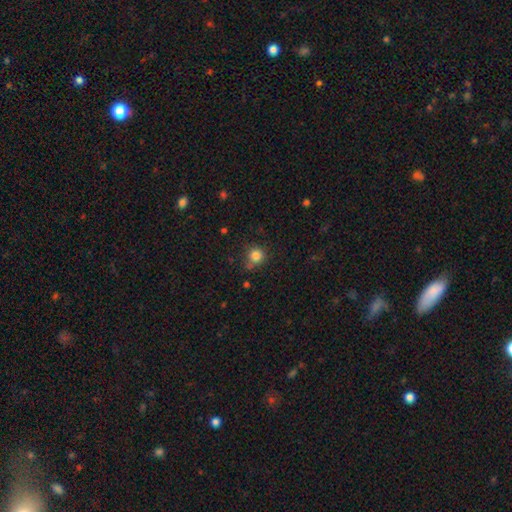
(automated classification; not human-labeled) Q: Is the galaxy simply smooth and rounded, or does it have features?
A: smooth — 83%.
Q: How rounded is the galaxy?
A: round — 91%.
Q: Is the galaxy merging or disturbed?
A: none — 72%.